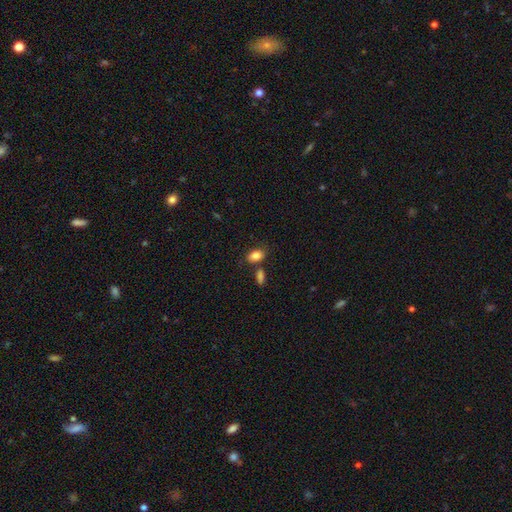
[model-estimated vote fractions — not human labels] A smooth galaxy with no disk features (85%) that is in between round and cigar-shaped (87%). Merging: none (68%).